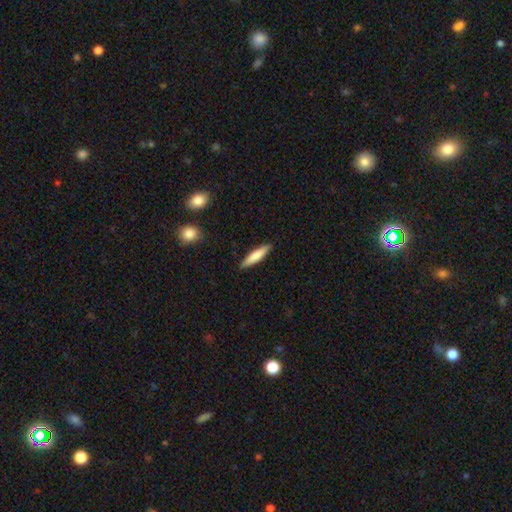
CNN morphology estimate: smooth_or_featured: smooth (p=0.76) [alt: featured or disk p=0.18]
how_rounded: cigar-shaped (p=0.83) [alt: in between p=0.16]
merging: none (p=0.89) [alt: minor disturbance p=0.08]